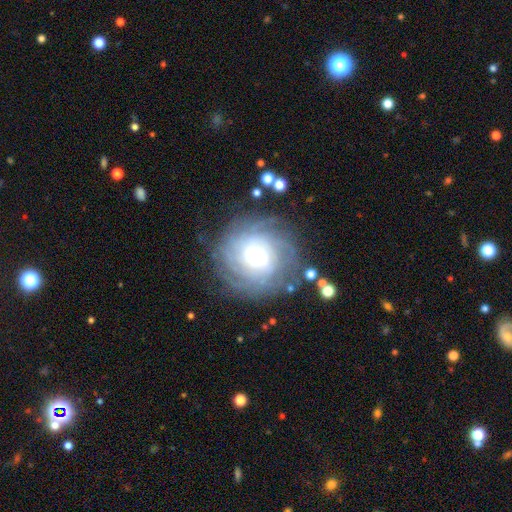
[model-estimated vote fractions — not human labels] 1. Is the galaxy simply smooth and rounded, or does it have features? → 77% featured or disk, 15% smooth, 9% star or artifact.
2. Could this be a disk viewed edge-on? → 97% no, 3% yes.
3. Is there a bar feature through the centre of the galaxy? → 56% no, 34% weak, 10% strong.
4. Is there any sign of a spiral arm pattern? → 94% yes, 6% no.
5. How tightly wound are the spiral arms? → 74% tight, 20% medium, 6% loose.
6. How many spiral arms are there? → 40% can't tell, 17% 4, 16% more than 4, 12% 3, 9% 2, 6% 1.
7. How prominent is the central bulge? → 49% moderate, 24% small, 23% large, 3% dominant, 2% none.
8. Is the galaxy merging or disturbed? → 78% none, 13% minor disturbance, 7% major disturbance, 2% merger.